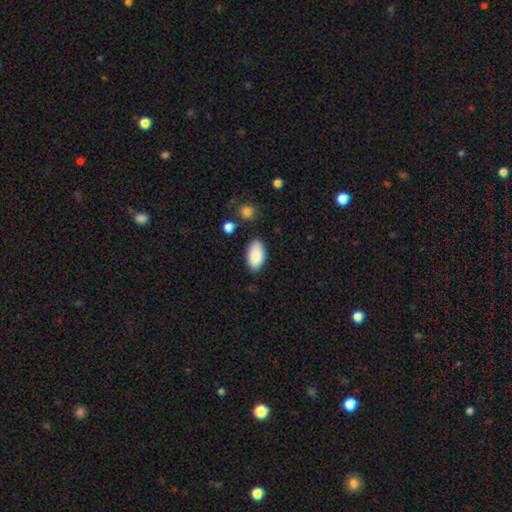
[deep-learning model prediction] smooth_or_featured: smooth (p=0.88) [alt: star or artifact p=0.06]
how_rounded: in between (p=0.95) [alt: round p=0.03]
merging: none (p=0.83) [alt: minor disturbance p=0.12]